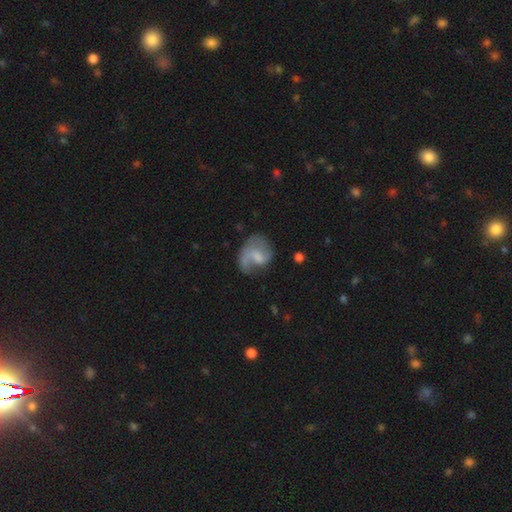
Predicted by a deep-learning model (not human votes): Smooth or featured? Predicted: featured or disk (p=0.61). Edge-on disk? Predicted: no (p=0.98). Bar? Predicted: weak (p=0.47). Spiral arms? Predicted: yes (p=0.81). Bulge size? Predicted: none (p=0.40). Merging? Predicted: none (p=0.45).